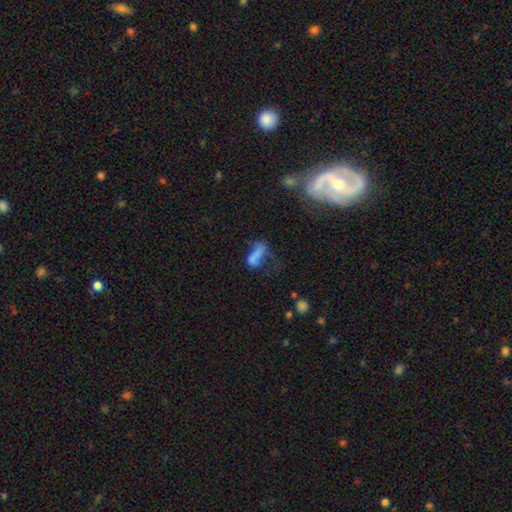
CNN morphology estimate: Smooth or featured?
  - smooth: 56% *
  - featured or disk: 29%
  - star or artifact: 15%
How rounded?
  - in between: 73% *
  - cigar-shaped: 21%
  - round: 6%
Merging?
  - major disturbance: 40% *
  - none: 23%
  - merger: 19%
  - minor disturbance: 18%